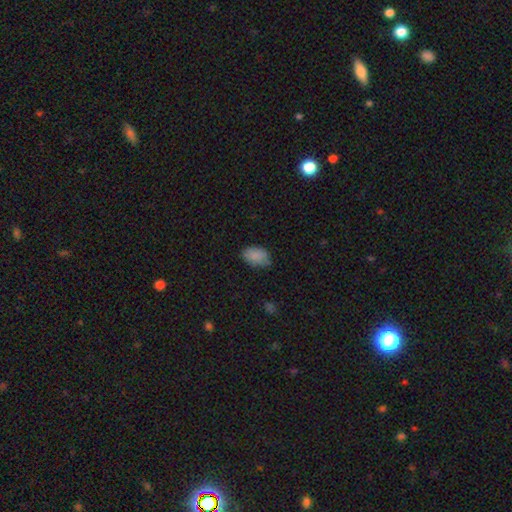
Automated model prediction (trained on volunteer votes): A smooth galaxy with no disk features (85%) that is in between round and cigar-shaped (87%). Merging: none (70%).